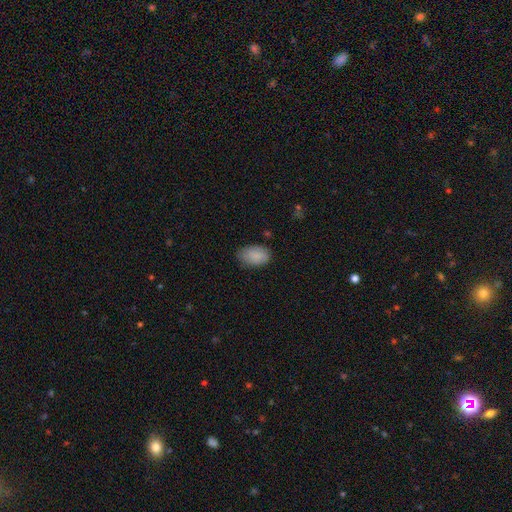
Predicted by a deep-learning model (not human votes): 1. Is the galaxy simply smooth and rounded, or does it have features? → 88% smooth, 7% star or artifact, 5% featured or disk.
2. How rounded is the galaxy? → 90% in between, 8% round, 1% cigar-shaped.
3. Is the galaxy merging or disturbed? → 75% none, 20% minor disturbance, 4% major disturbance, 1% merger.